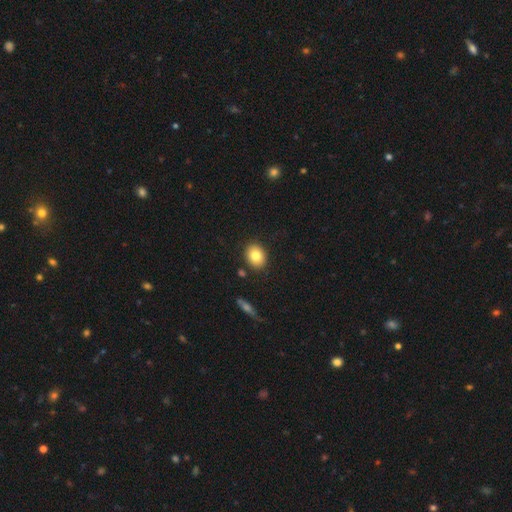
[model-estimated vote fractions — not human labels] smooth 82%, featured or disk 10%, star or artifact 8%. Down the decision tree: how rounded — in between (52%); merging — none (87%).